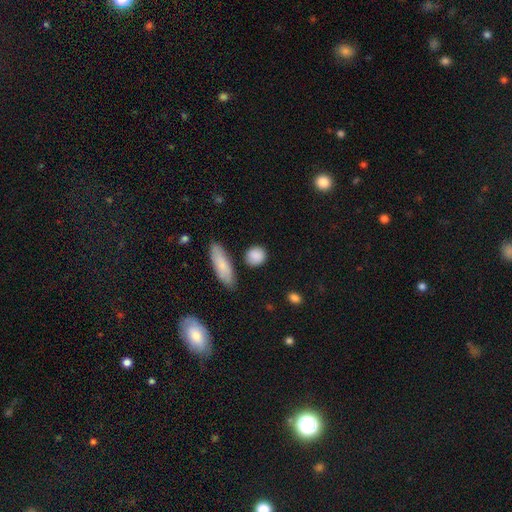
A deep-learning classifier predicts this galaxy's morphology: A smooth galaxy with no disk features (87%) that is round (71%). Merging: none (77%).